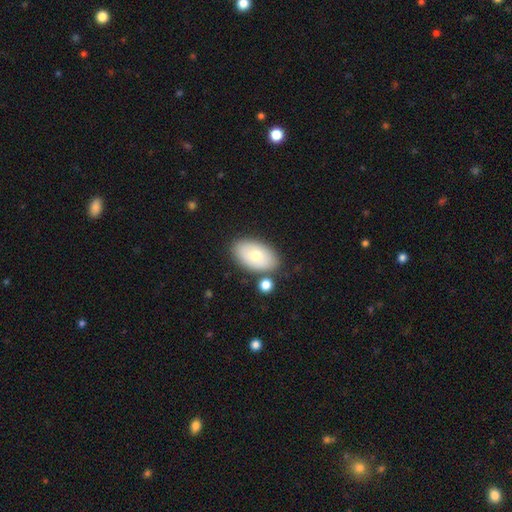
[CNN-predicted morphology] type=smooth (68%); roundness=in between (93%); merging=none (77%).